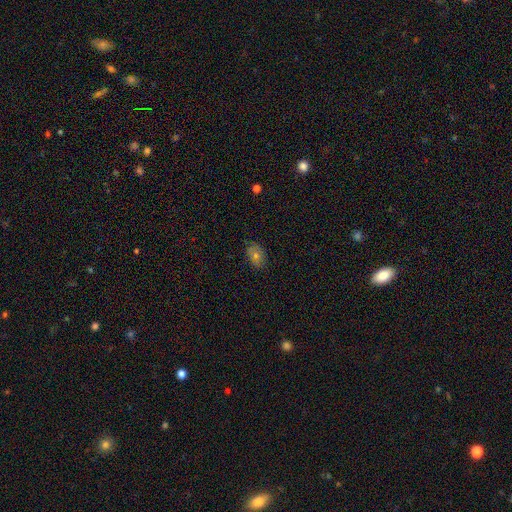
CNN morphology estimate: This is likely a smooth galaxy (65%). How rounded: likely in between (76%). Merging: clearly none (80%).